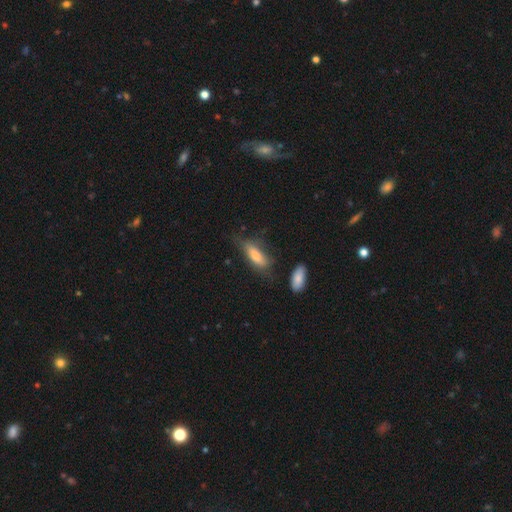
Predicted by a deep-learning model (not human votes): This is likely a smooth galaxy (73%). How rounded: likely in between (63%). Merging: possibly none (49%).